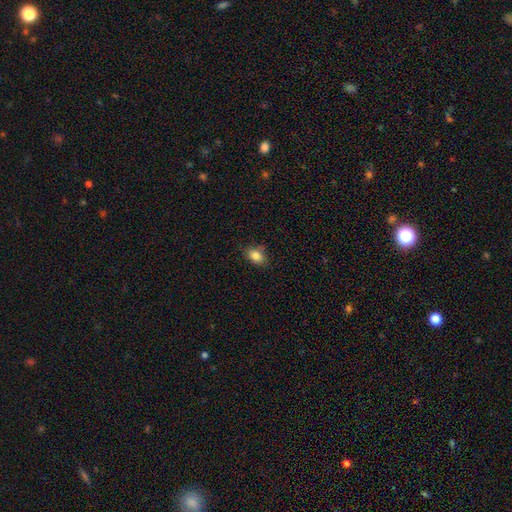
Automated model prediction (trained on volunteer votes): Smooth or featured?
  - smooth: 83% *
  - star or artifact: 10%
  - featured or disk: 7%
How rounded?
  - in between: 76% *
  - round: 22%
  - cigar-shaped: 2%
Merging?
  - none: 75% *
  - minor disturbance: 19%
  - major disturbance: 3%
  - merger: 3%